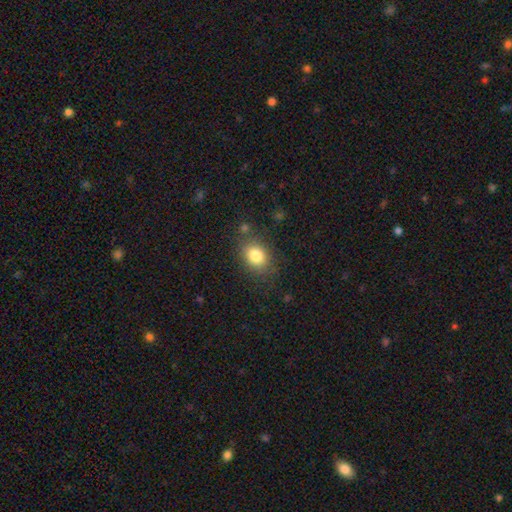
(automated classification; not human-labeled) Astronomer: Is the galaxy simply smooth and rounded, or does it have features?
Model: smooth — 81%.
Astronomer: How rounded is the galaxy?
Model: in between — 59% (runner-up: round, 40%).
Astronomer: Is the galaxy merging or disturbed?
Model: none — 79%.